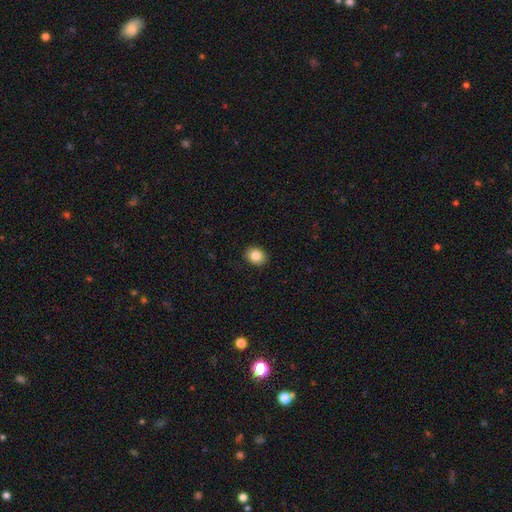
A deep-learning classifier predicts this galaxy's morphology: Smooth or featured? smooth (85%)
How rounded? in between (50%)
Merging? none (91%)